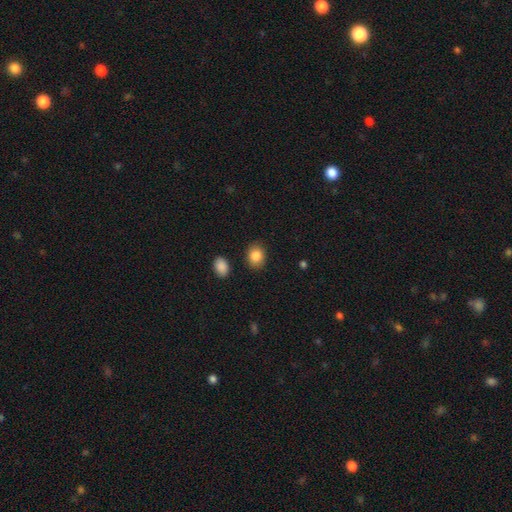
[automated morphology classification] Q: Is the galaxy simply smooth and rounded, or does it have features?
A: smooth — 86%.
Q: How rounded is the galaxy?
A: in between — 53%.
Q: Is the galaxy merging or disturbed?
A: none — 86%.